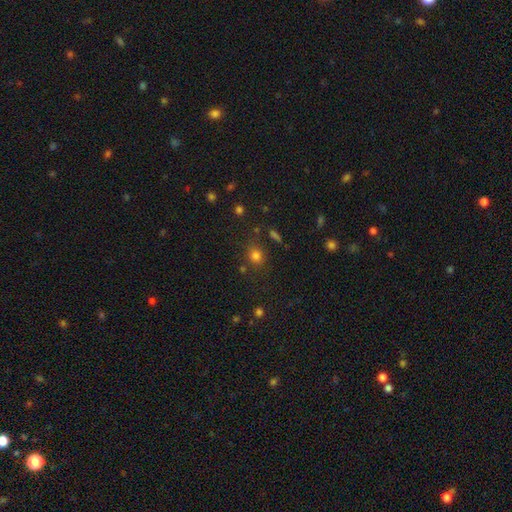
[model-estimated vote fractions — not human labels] The model was most divided on "how rounded": round: 74%, in between: 25%, cigar-shaped: 1%. More confident: merging — none (77%); smooth or featured — smooth (77%).